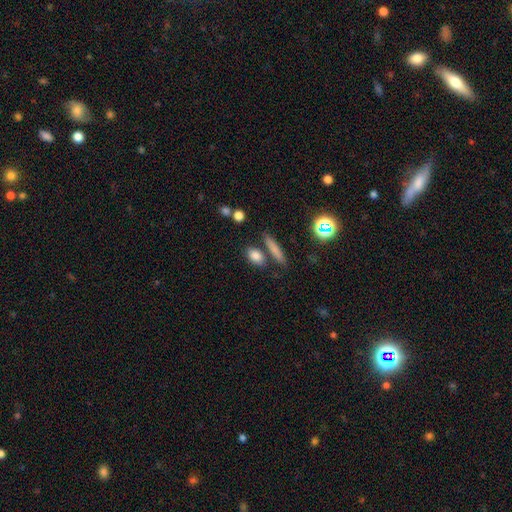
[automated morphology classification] This is clearly a smooth galaxy (82%). How rounded: likely in between (63%). Merging: likely none (73%).